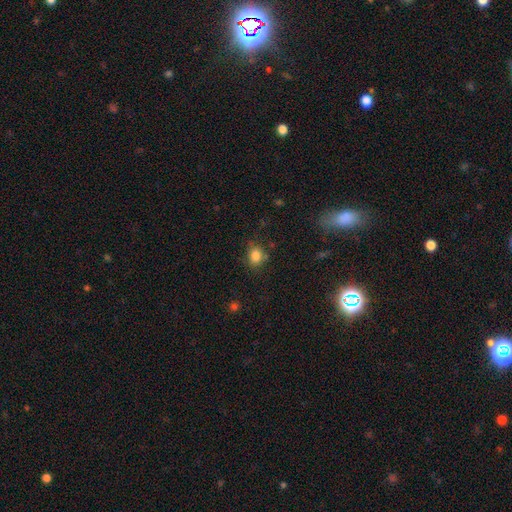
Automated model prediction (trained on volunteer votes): Q: Smooth or featured?
A: smooth (83%); runner-up: star or artifact (11%)
Q: How rounded?
A: round (56%); runner-up: in between (43%)
Q: Merging?
A: none (73%); runner-up: minor disturbance (18%)